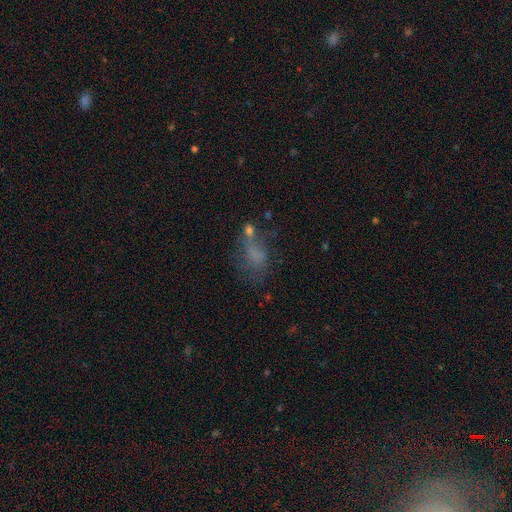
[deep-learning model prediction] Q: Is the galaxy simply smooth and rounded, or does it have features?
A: smooth — 53%.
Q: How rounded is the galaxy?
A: in between — 74%.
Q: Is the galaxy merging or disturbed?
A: major disturbance — 35%.